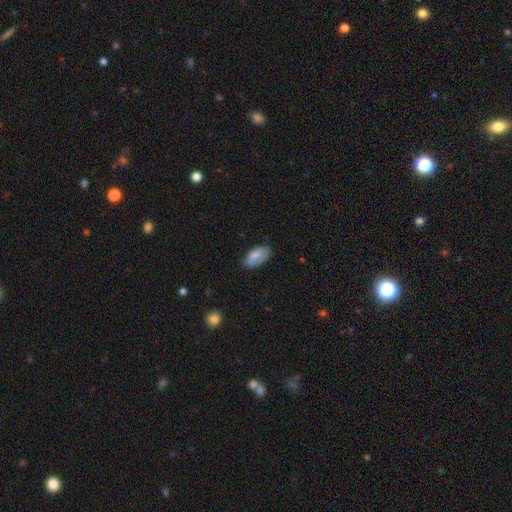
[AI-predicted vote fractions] Smooth or featured?
  - smooth: 72% *
  - featured or disk: 20%
  - star or artifact: 7%
How rounded?
  - in between: 93% *
  - round: 4%
  - cigar-shaped: 3%
Merging?
  - none: 61% *
  - minor disturbance: 28%
  - major disturbance: 8%
  - merger: 2%